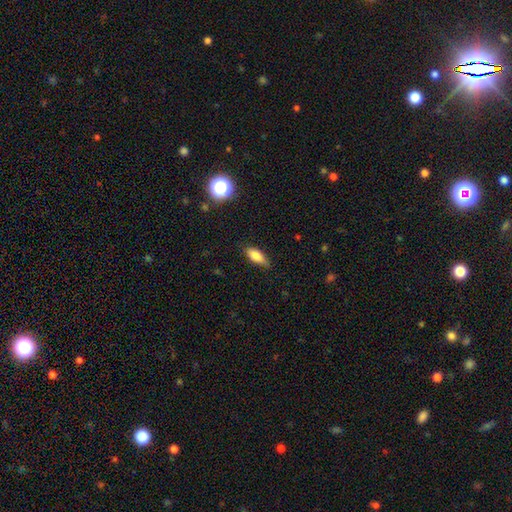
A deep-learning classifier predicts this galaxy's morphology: A smooth galaxy with no disk features (79%) that is in between round and cigar-shaped (75%). Merging: none (74%).